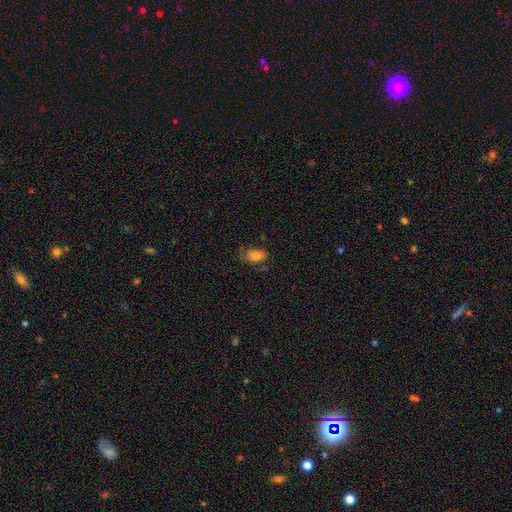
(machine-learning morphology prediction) This appears to be a smooth galaxy with no disk features (78%) that is in between round and cigar-shaped (91%). Merging: none (59%).